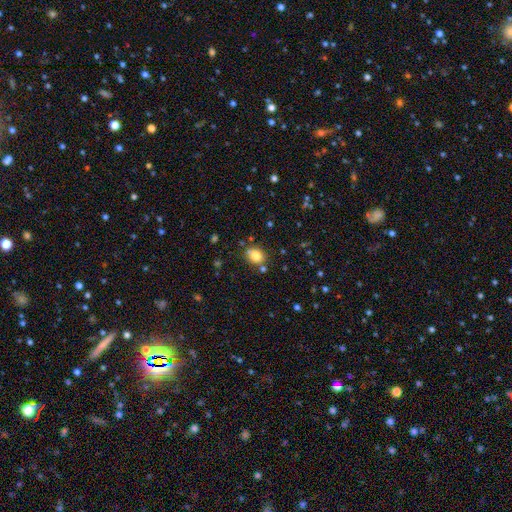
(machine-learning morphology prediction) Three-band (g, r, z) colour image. It shows a smooth galaxy with no disk features (80%) that is round (58%). Merging: none (72%).